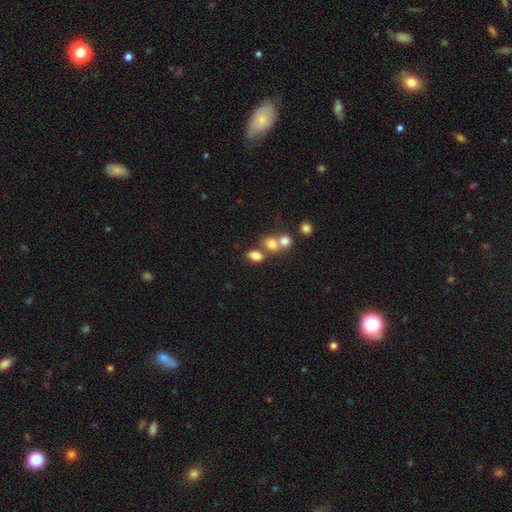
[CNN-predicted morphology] Smooth or featured?
  - smooth: 78% *
  - star or artifact: 12%
  - featured or disk: 10%
How rounded?
  - in between: 76% *
  - round: 22%
  - cigar-shaped: 2%
Merging?
  - none: 47% *
  - merger: 37%
  - minor disturbance: 11%
  - major disturbance: 5%